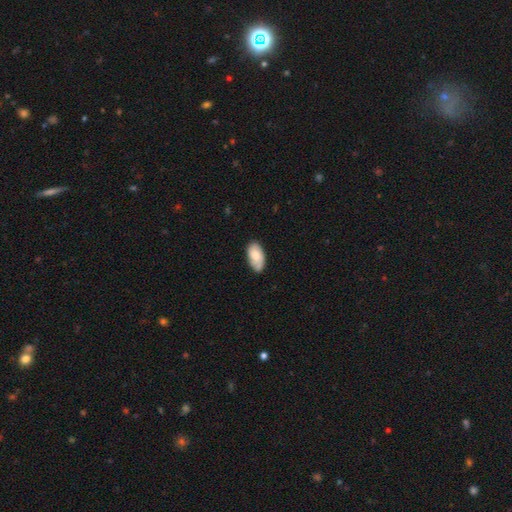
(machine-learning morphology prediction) The model was most divided on "merging": none: 69%, minor disturbance: 25%, major disturbance: 4%, merger: 2%. More confident: how rounded — in between (94%); smooth or featured — smooth (71%).